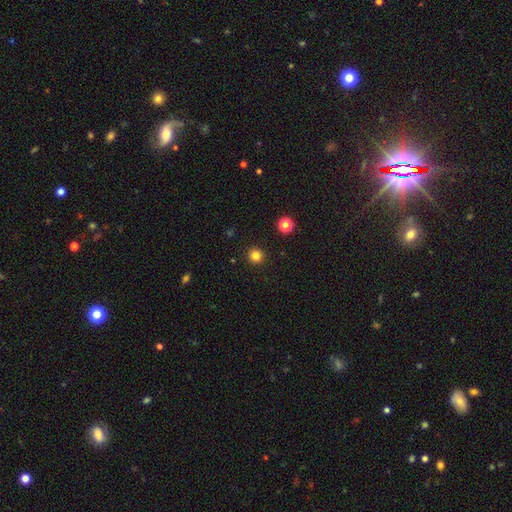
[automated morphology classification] type=smooth (82%); roundness=round (95%); merging=none (93%).